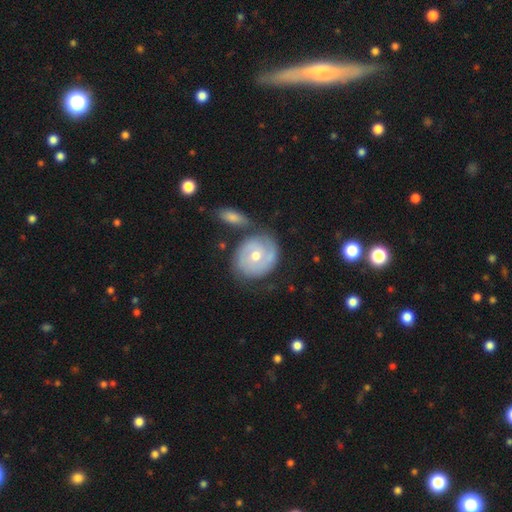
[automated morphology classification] smooth-or-featured: featured or disk: 69% | smooth: 25% | star or artifact: 6%
  disk-edge-on: no: 97% | yes: 3%
    bar: no: 73% | weak: 22% | strong: 5%
    has-spiral-arms: yes: 78% | no: 22%
      spiral-winding: tight: 65% | medium: 26% | loose: 10%
      spiral-arm-count: 2: 55% | can't tell: 26% | 1: 8% | 3: 7% | 4: 2% | more than 4: 2%
    bulge-size: moderate: 66% | small: 30% | large: 2% | none: 1% | dominant: 1%
  merging: none: 64% | minor disturbance: 18% | merger: 11% | major disturbance: 7%